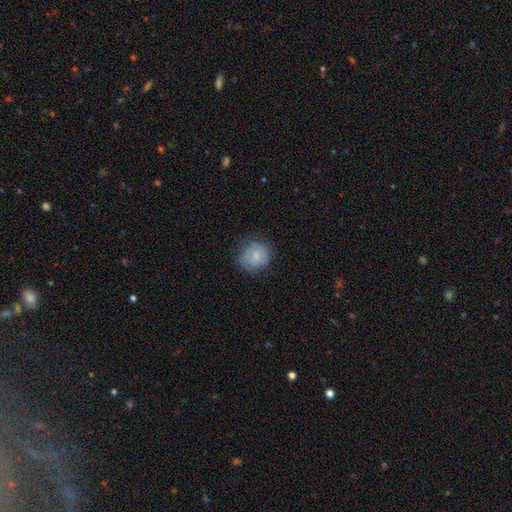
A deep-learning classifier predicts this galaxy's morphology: Smooth or featured?
  - smooth: 74% *
  - featured or disk: 18%
  - star or artifact: 8%
How rounded?
  - round: 83% *
  - in between: 16%
  - cigar-shaped: 1%
Merging?
  - none: 70% *
  - minor disturbance: 21%
  - major disturbance: 7%
  - merger: 1%